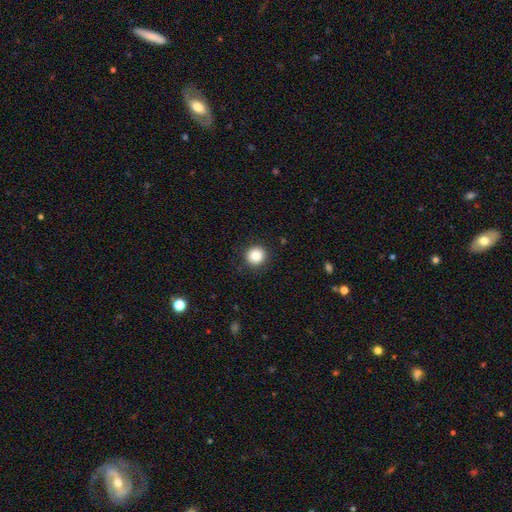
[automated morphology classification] This appears to be a smooth galaxy with no disk features (86%) that is round (92%). Merging: none (91%).